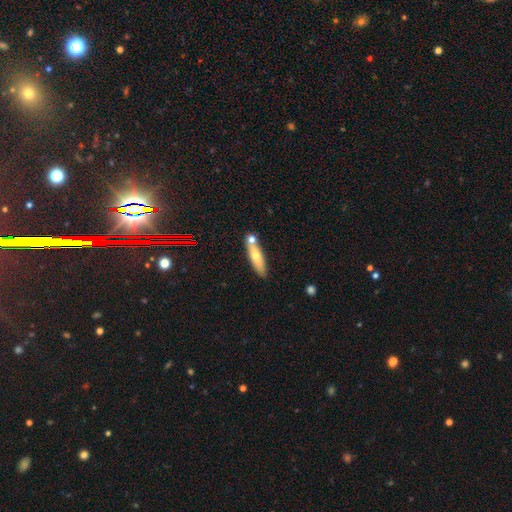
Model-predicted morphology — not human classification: A smooth galaxy with no disk features (62%) that is cigar-shaped (71%). Merging: none (65%).